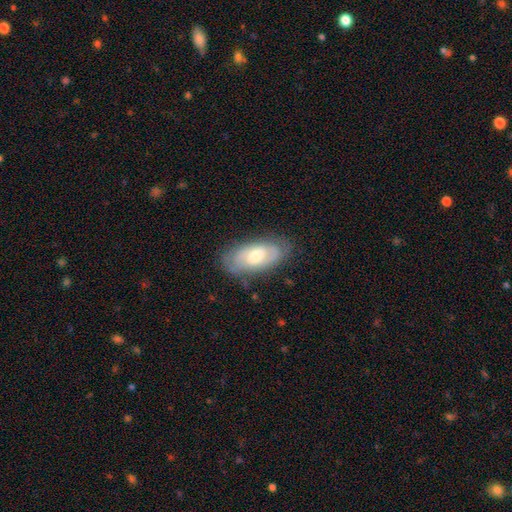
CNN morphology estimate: Smooth or featured? Predicted: featured or disk (p=0.49). Merging? Predicted: none (p=0.79).